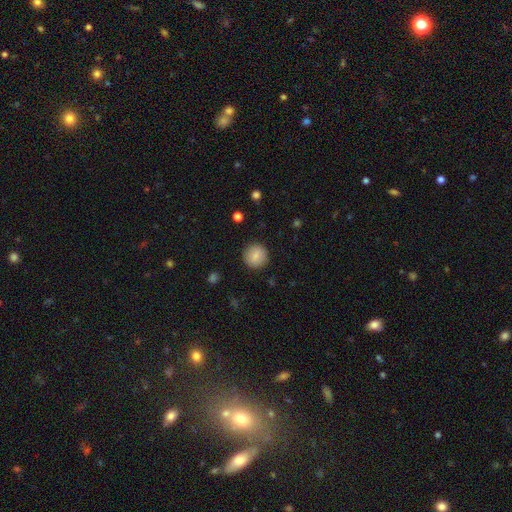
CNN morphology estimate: A smooth galaxy with no disk features (85%) that is round (94%). Merging: none (90%).